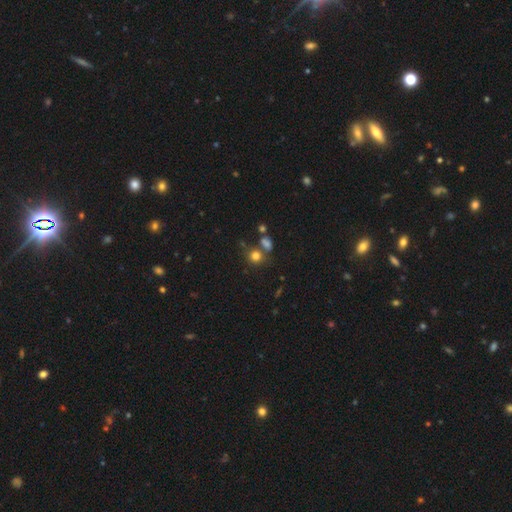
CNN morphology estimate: Smooth or featured?
  - smooth: 77% *
  - star or artifact: 15%
  - featured or disk: 8%
How rounded?
  - round: 80% *
  - in between: 19%
  - cigar-shaped: 1%
Merging?
  - none: 59% *
  - merger: 24%
  - minor disturbance: 12%
  - major disturbance: 6%